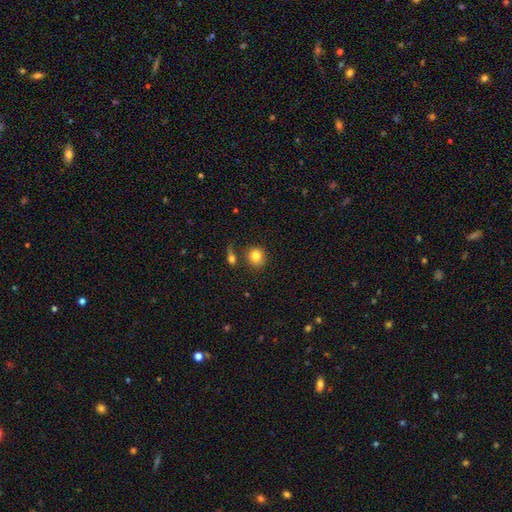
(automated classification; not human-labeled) Smooth or featured? smooth (83%)
How rounded? round (84%)
Merging? none (75%)